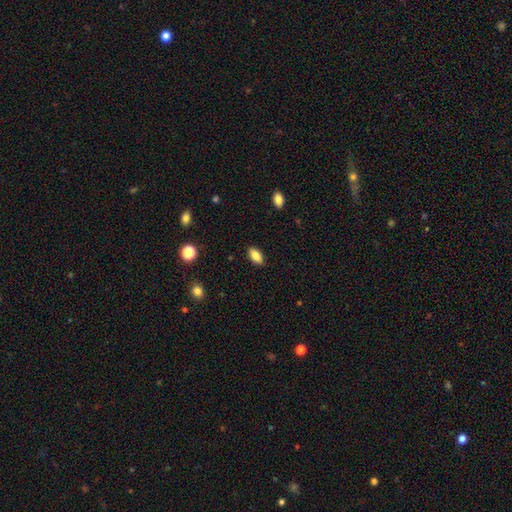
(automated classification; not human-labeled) Smooth or featured? Predicted: smooth (p=0.84). How rounded? Predicted: in between (p=0.90). Merging? Predicted: none (p=0.88).